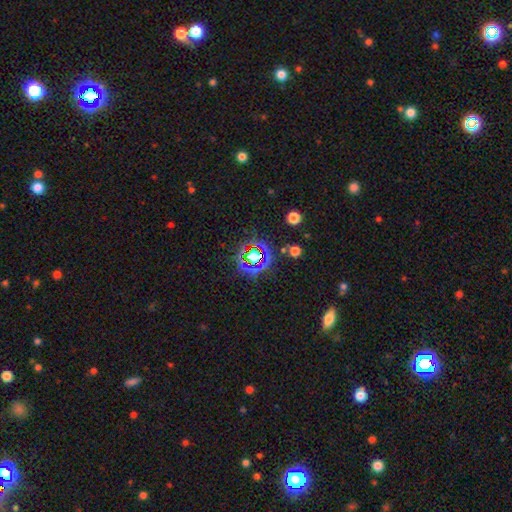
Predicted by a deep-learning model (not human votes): This is likely a star or artifact rather than a galaxy (68%).